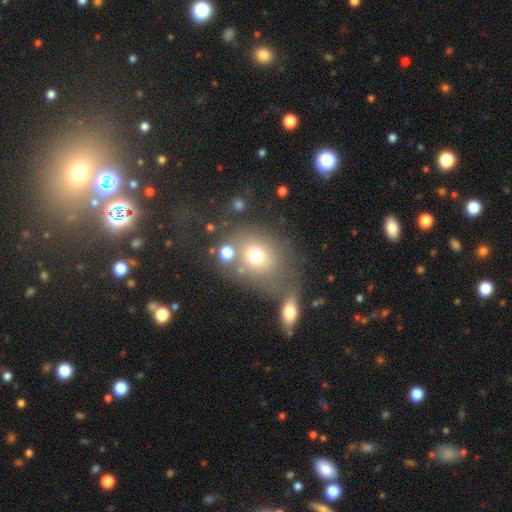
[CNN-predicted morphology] Smooth or featured? smooth (68%)
How rounded? round (62%)
Merging? none (50%)